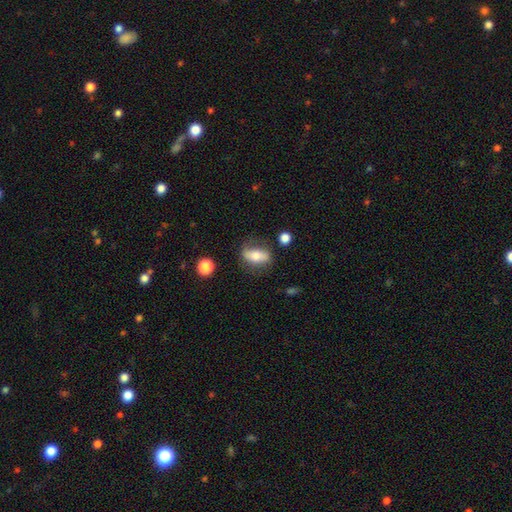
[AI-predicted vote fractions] This appears to be a smooth galaxy with no disk features (53%) that is in between round and cigar-shaped (72%). Merging: none (66%).